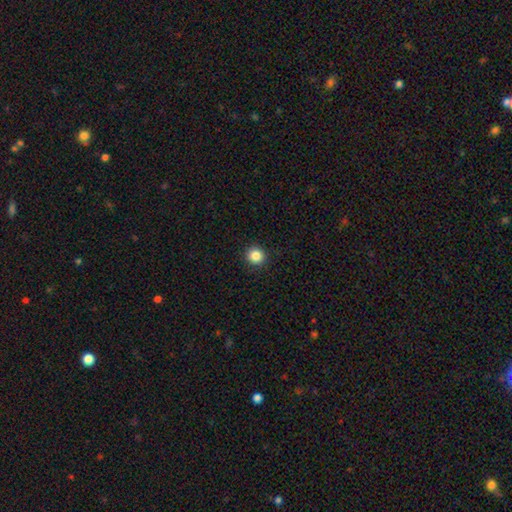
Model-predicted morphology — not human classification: Smooth or featured? Predicted: smooth (p=0.86). How rounded? Predicted: round (p=0.95). Merging? Predicted: none (p=0.93).